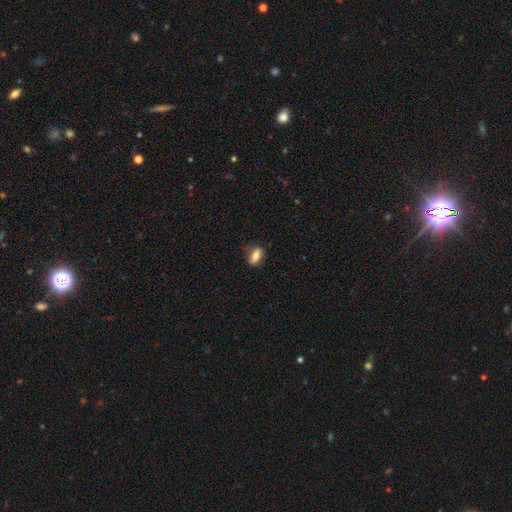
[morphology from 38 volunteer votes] smooth 74%, featured or disk 21%, star or artifact 5%. Down the decision tree: how rounded — in between (79%); merging — none (72%).